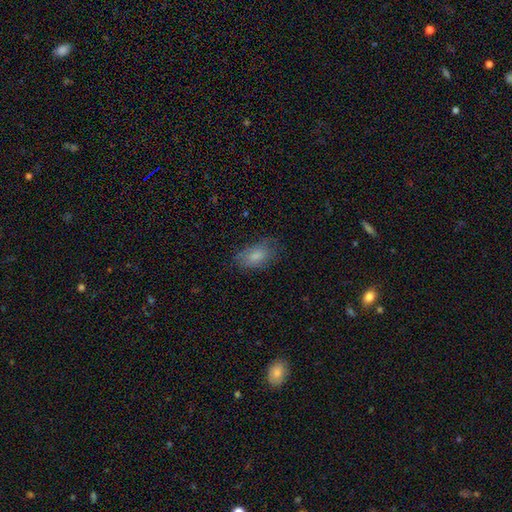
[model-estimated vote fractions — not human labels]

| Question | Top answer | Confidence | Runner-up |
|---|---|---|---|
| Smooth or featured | smooth | 78% | featured or disk (14%) |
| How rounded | in between | 91% | round (5%) |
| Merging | none | 69% | minor disturbance (22%) |